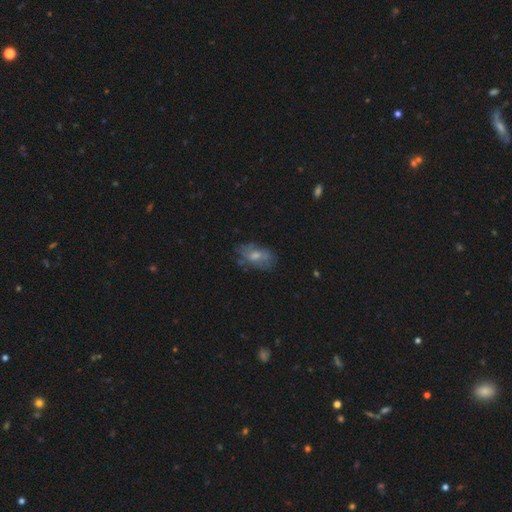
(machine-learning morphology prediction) smooth 46%, featured or disk 44%, star or artifact 10%. Down the decision tree: merging — none (54%).